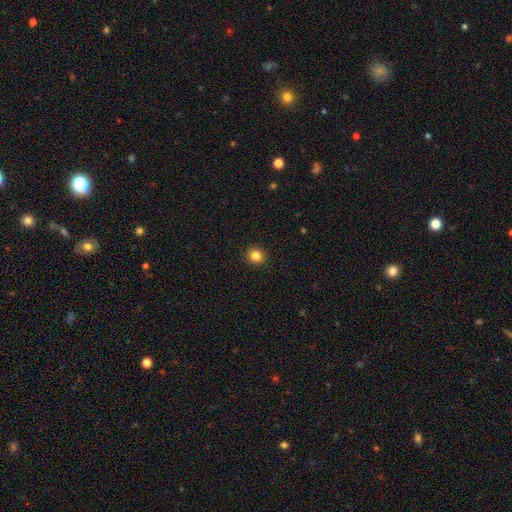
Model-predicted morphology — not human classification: Smooth or featured: smooth — 84% (star or artifact — 12%)
How rounded: round — 91% (in between — 8%)
Merging: none — 93% (minor disturbance — 5%)